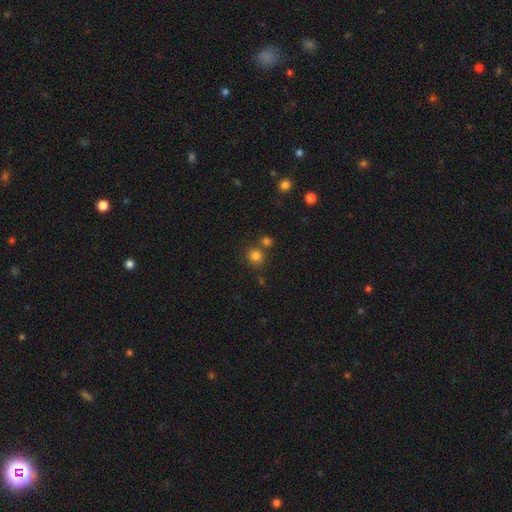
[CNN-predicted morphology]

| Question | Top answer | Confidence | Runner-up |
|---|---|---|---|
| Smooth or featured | smooth | 80% | star or artifact (14%) |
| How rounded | round | 90% | in between (9%) |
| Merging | none | 72% | merger (17%) |